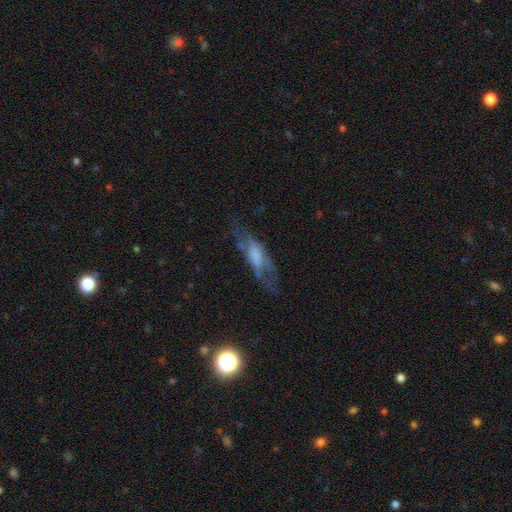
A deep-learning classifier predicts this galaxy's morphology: Overall: featured or disk (52%; smooth 38%). Edge-on disk: no (60%; yes 40%). Merging: none (48%; major disturbance 26%).